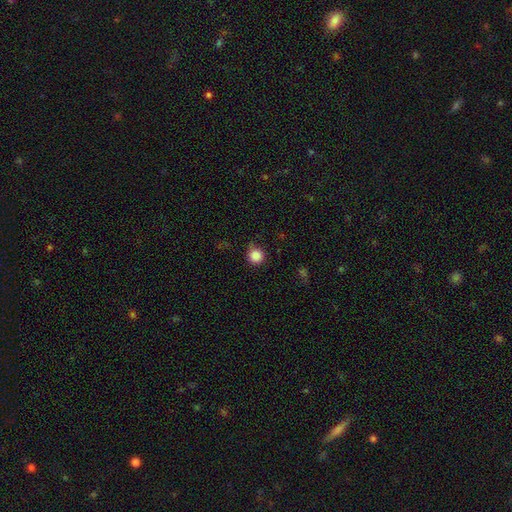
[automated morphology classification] Smooth or featured? smooth (86%)
How rounded? round (94%)
Merging? none (75%)